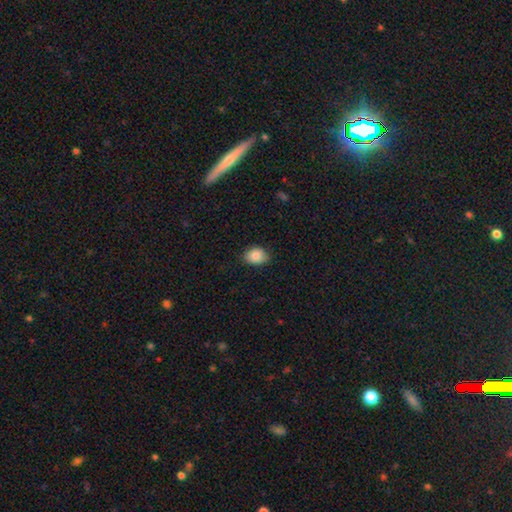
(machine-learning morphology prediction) Q: Smooth or featured?
A: smooth (86%); runner-up: star or artifact (8%)
Q: How rounded?
A: in between (63%); runner-up: round (36%)
Q: Merging?
A: none (78%); runner-up: minor disturbance (18%)